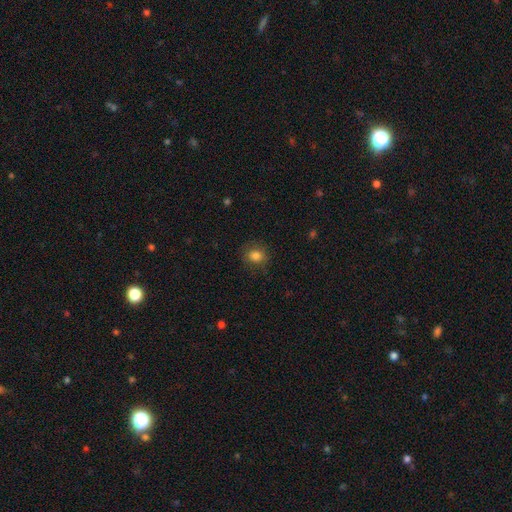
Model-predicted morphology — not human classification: smooth 82%, star or artifact 11%, featured or disk 7%. Down the decision tree: how rounded — round (67%); merging — none (81%).